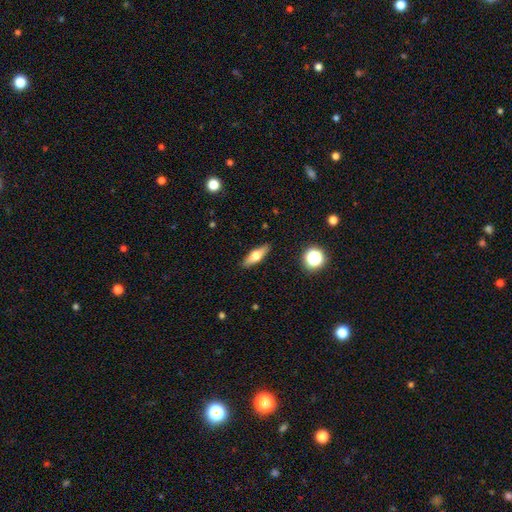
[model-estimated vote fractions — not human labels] This appears to be a smooth galaxy with no disk features (53%) that is cigar-shaped (48%, tied with in between). Merging: none (89%).